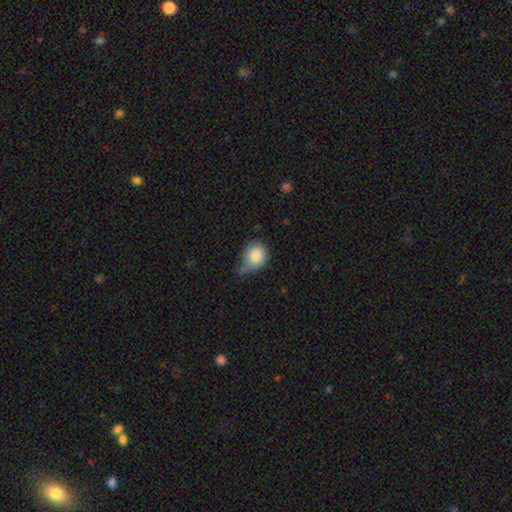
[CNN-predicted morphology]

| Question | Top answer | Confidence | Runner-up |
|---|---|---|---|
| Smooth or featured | smooth | 84% | star or artifact (8%) |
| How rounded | round | 71% | in between (28%) |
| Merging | minor disturbance | 43% | none (35%) |